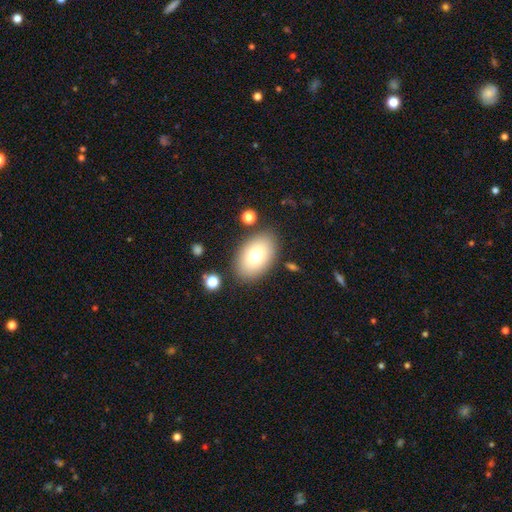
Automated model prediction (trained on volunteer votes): smooth-or-featured: smooth: 74% | featured or disk: 17% | star or artifact: 9%
  how-rounded: in between: 87% | round: 12% | cigar-shaped: 1%
  merging: none: 84% | minor disturbance: 10% | major disturbance: 3% | merger: 3%